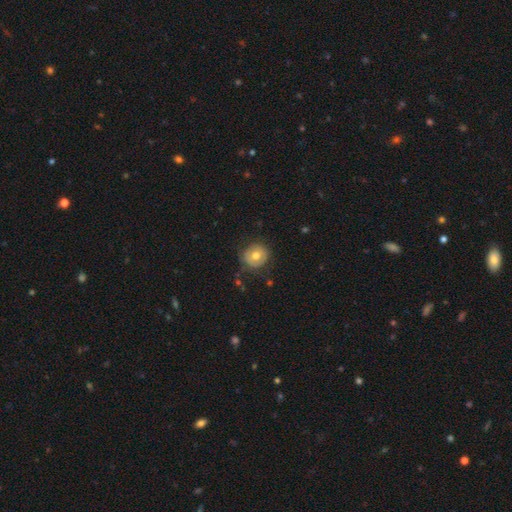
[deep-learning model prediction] Smooth or featured: smooth — 61% (featured or disk — 31%)
How rounded: round — 86% (in between — 13%)
Merging: none — 77% (minor disturbance — 16%)